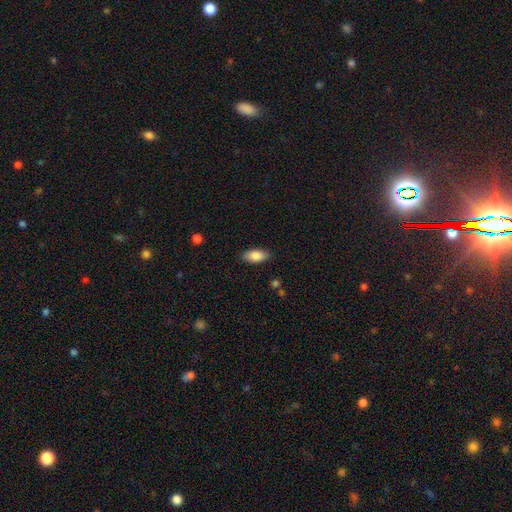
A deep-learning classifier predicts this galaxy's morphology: smooth-or-featured: smooth: 86% | featured or disk: 8% | star or artifact: 7%
  how-rounded: in between: 90% | cigar-shaped: 8% | round: 3%
  merging: none: 87% | minor disturbance: 10% | major disturbance: 2% | merger: 1%